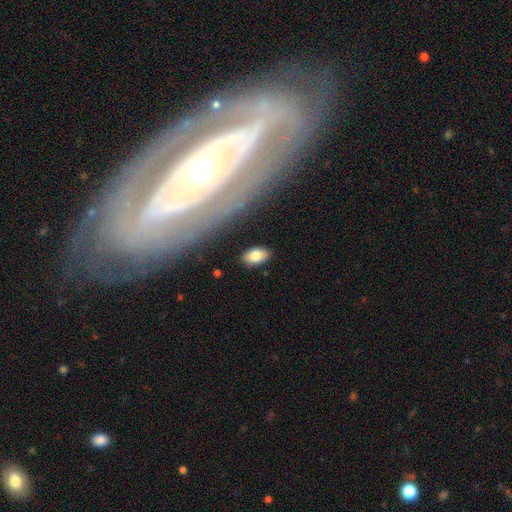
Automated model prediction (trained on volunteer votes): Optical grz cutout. It shows a smooth galaxy with no disk features (81%) that is in between round and cigar-shaped (93%). Merging: none (85%).